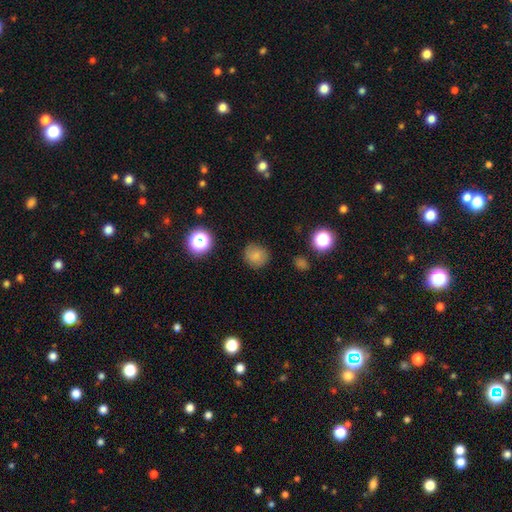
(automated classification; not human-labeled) smooth-or-featured: smooth: 79% | star or artifact: 14% | featured or disk: 7%
  how-rounded: round: 88% | in between: 11% | cigar-shaped: 1%
  merging: none: 83% | minor disturbance: 12% | major disturbance: 3% | merger: 2%